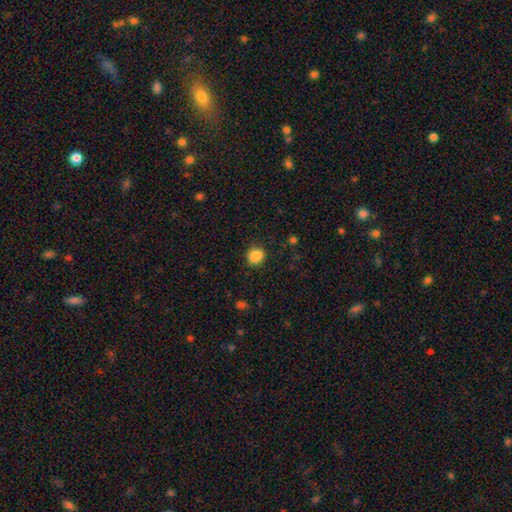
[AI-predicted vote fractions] Smooth or featured? Predicted: smooth (p=0.87). How rounded? Predicted: round (p=0.68). Merging? Predicted: none (p=0.81).